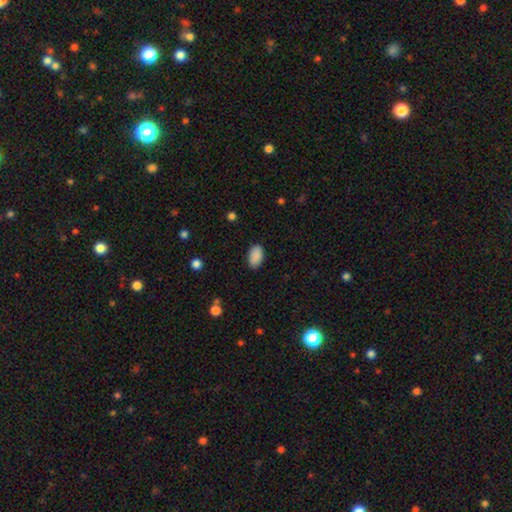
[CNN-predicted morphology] Smooth or featured? smooth (90%)
How rounded? in between (94%)
Merging? none (86%)